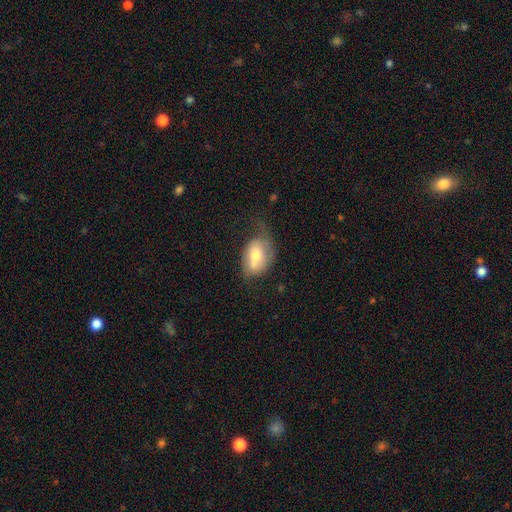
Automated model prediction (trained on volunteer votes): Smooth or featured? smooth (49%)
Merging? none (38%)